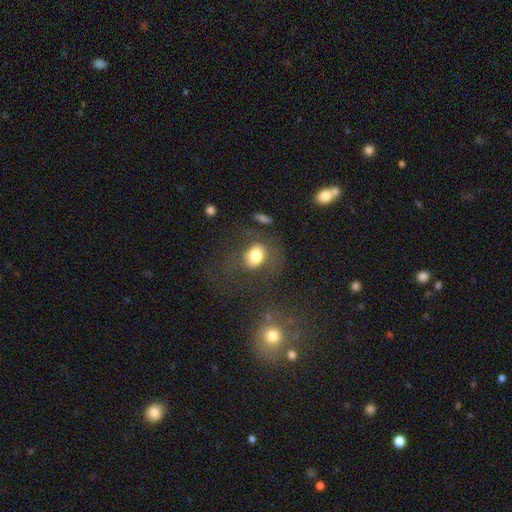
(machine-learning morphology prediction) A smooth galaxy with no disk features (75%) that is in between round and cigar-shaped (62%). Merging: none (49%).